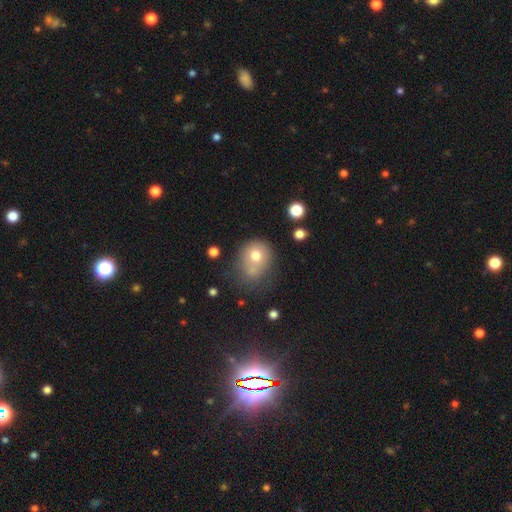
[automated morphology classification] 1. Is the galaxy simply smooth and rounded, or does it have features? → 72% smooth, 17% featured or disk, 11% star or artifact.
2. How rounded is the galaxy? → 69% round, 31% in between, 1% cigar-shaped.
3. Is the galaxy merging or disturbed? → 37% none, 24% merger, 23% minor disturbance, 15% major disturbance.